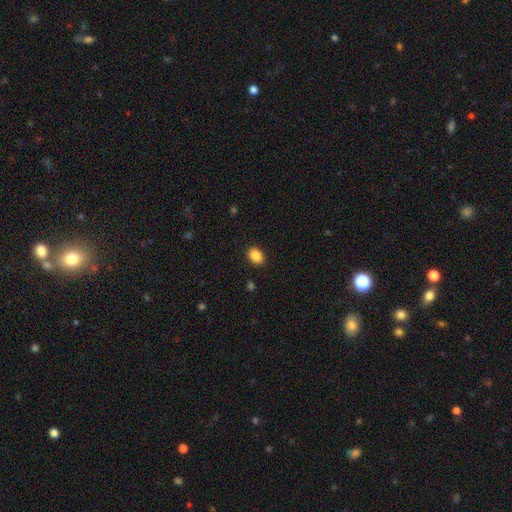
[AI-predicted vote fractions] smooth 89%, star or artifact 8%, featured or disk 3%. Down the decision tree: how rounded — in between (76%); merging — none (89%).